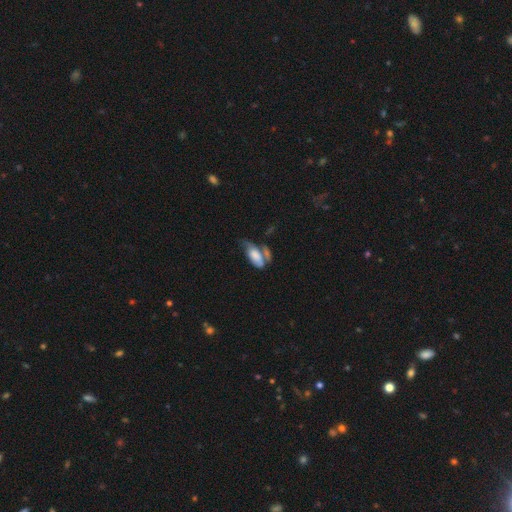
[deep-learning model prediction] The model was most divided on "merging": merger: 33%, none: 25%, major disturbance: 21%, minor disturbance: 20%. More confident: how rounded — in between (89%); smooth or featured — smooth (67%).